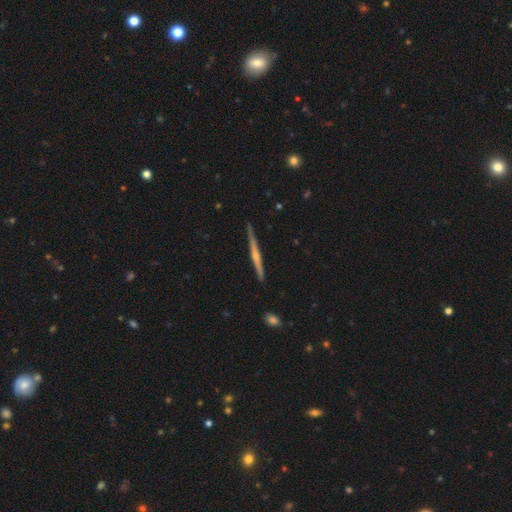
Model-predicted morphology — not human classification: Smooth or featured? featured or disk (74%)
Edge-on disk? yes (98%)
Edge-on bulge? rounded (68%)
Merging? none (89%)